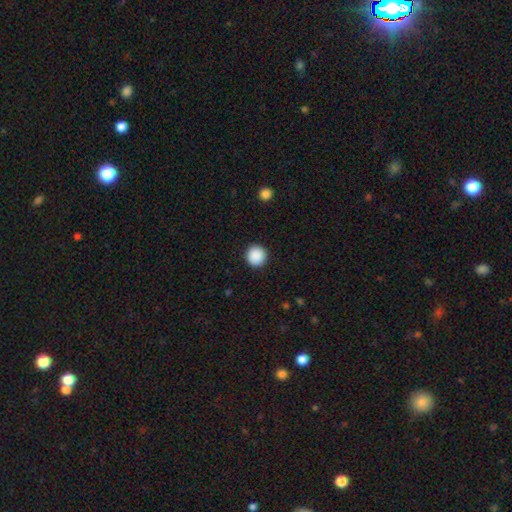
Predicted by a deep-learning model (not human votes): A smooth galaxy with no disk features (89%) that is round (95%).

Vote fractions:
- Smooth or featured? smooth: 89% / star or artifact: 8% / featured or disk: 2%
- How rounded? round: 95% / in between: 4% / cigar-shaped: 1%
- Merging? none: 93% / minor disturbance: 5% / major disturbance: 2% / merger: 1%